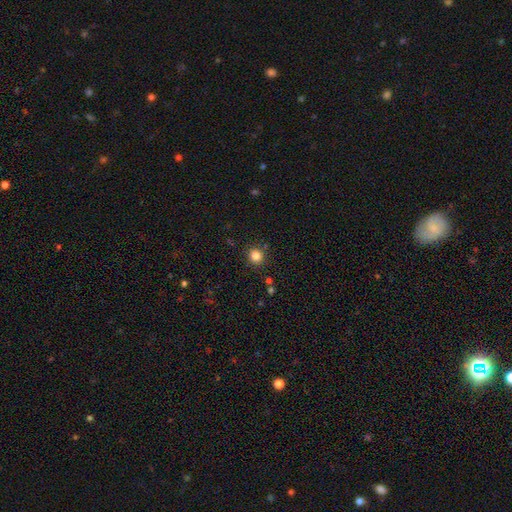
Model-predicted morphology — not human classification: This appears to be a smooth galaxy with no disk features (83%) that is round (90%). Merging: none (88%).